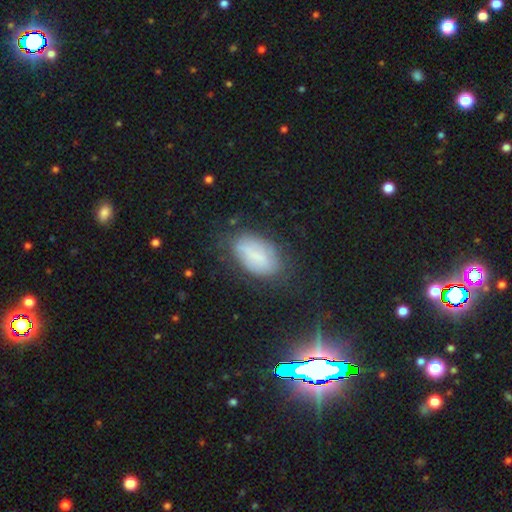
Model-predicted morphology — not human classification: Smooth or featured: smooth — 63% (featured or disk — 25%)
How rounded: in between — 92% (round — 5%)
Merging: none — 64% (minor disturbance — 24%)